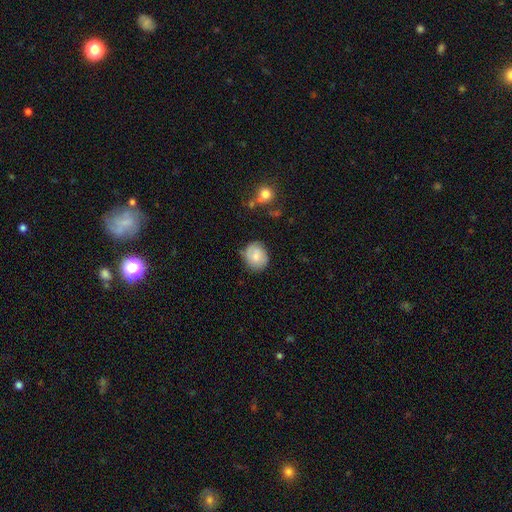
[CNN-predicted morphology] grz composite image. It shows a smooth galaxy with no disk features (77%) that is round (66%). Merging: none (77%).